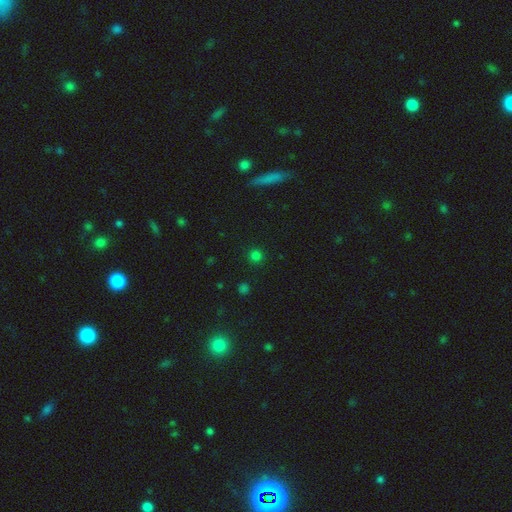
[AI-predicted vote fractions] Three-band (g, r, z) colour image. It shows a smooth galaxy with no disk features (77%) that is round (95%). Merging: none (91%).